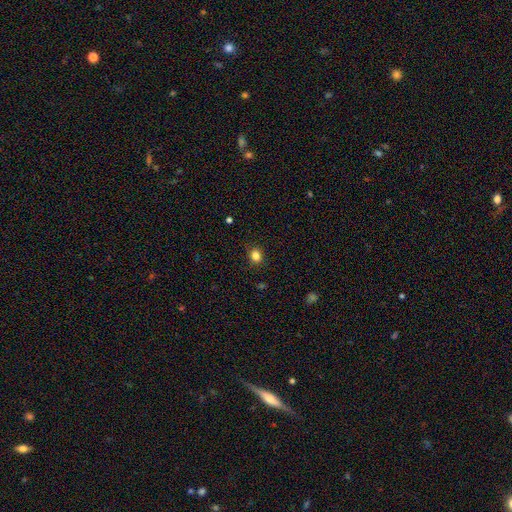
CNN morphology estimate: Smooth or featured? smooth (84%)
How rounded? round (70%)
Merging? none (87%)